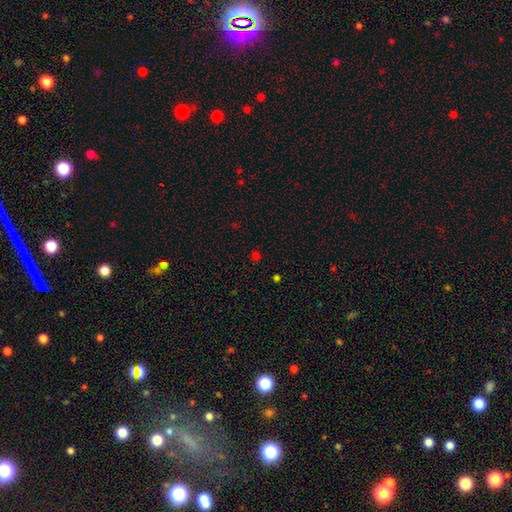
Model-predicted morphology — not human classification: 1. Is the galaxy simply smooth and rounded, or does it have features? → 60% smooth, 35% star or artifact, 5% featured or disk.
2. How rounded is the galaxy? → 83% round, 15% in between, 1% cigar-shaped.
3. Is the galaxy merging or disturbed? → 83% none, 10% minor disturbance, 4% major disturbance, 3% merger.